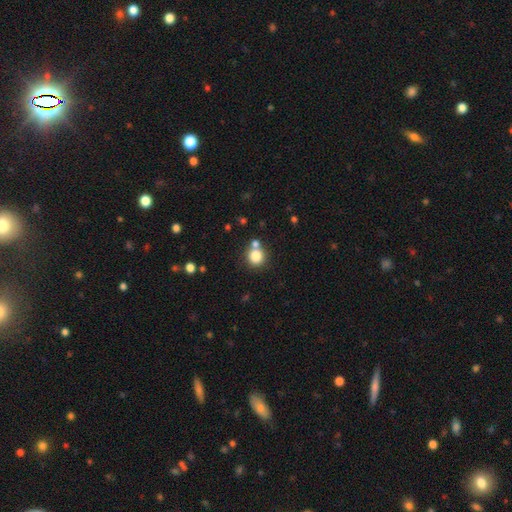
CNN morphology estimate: The model was most divided on "merging": none: 66%, merger: 22%, minor disturbance: 9%, major disturbance: 3%. More confident: how rounded — round (90%); smooth or featured — smooth (82%).